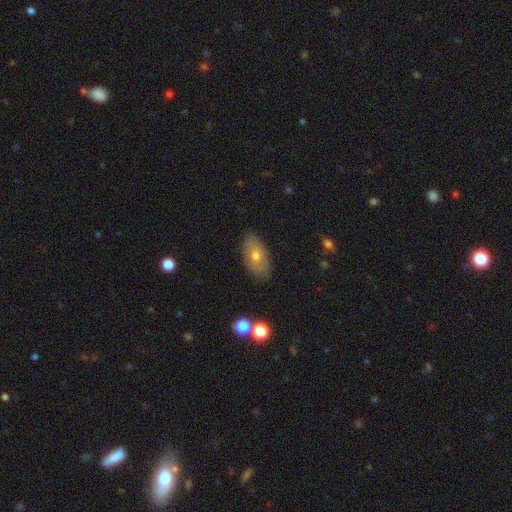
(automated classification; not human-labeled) smooth_or_featured: smooth (p=0.59) [alt: featured or disk p=0.33]
how_rounded: in between (p=0.91) [alt: round p=0.06]
merging: none (p=0.83) [alt: minor disturbance p=0.13]